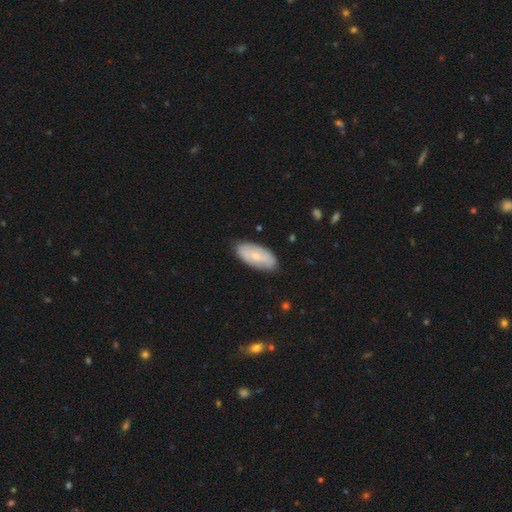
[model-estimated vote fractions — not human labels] smooth 55%, featured or disk 39%, star or artifact 6%. Down the decision tree: how rounded — in between (90%); merging — none (83%).